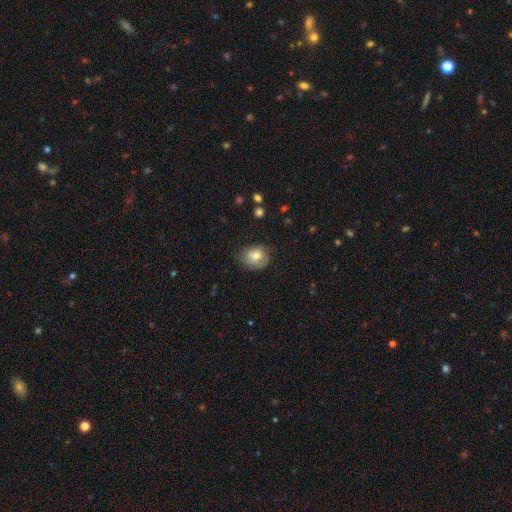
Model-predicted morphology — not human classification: Smooth or featured? Predicted: smooth (p=0.66). How rounded? Predicted: round (p=0.58). Merging? Predicted: none (p=0.56).